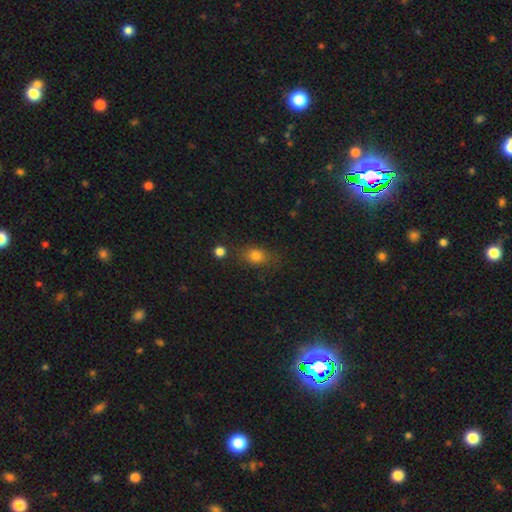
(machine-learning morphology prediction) This is likely a smooth galaxy (80%). How rounded: likely in between (65%). Merging: likely none (69%).